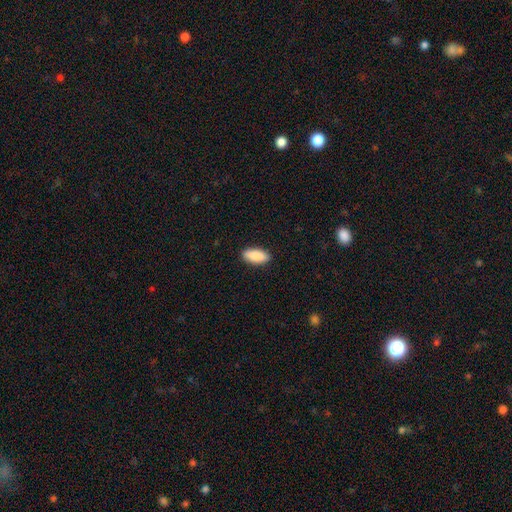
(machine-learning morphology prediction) smooth_or_featured: smooth (p=0.89) [alt: star or artifact p=0.06]
how_rounded: in between (p=0.83) [alt: cigar-shaped p=0.15]
merging: none (p=0.90) [alt: minor disturbance p=0.07]